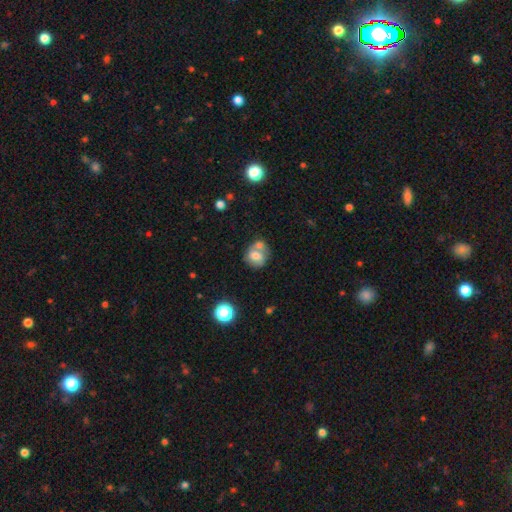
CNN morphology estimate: This is likely a smooth galaxy (61%). How rounded: likely round (66%). Merging: possibly merger (53%).